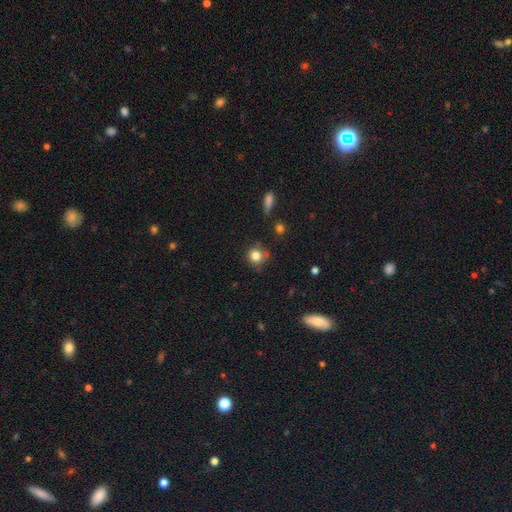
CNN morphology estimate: smooth_or_featured: smooth (p=0.81) [alt: star or artifact p=0.12]
how_rounded: round (p=0.86) [alt: in between p=0.13]
merging: none (p=0.70) [alt: minor disturbance p=0.21]